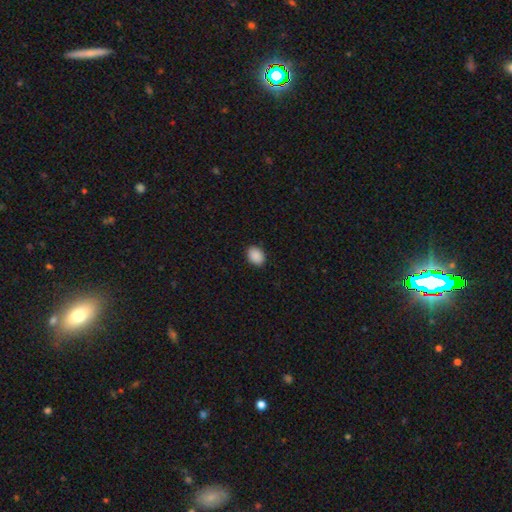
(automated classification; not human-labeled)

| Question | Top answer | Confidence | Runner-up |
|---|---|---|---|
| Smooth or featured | smooth | 90% | star or artifact (8%) |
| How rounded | in between | 73% | round (26%) |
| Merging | none | 89% | minor disturbance (8%) |